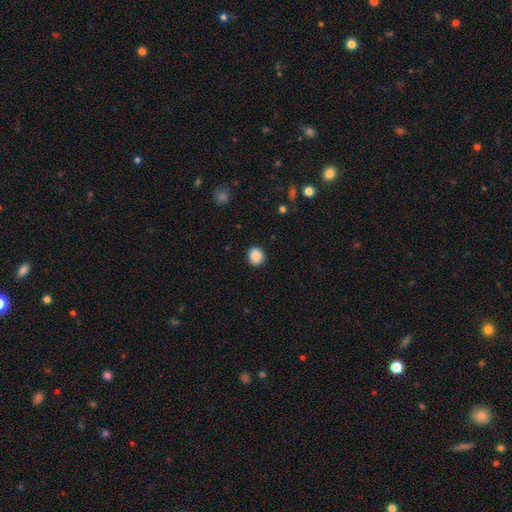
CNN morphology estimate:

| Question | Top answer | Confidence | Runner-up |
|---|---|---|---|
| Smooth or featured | smooth | 89% | star or artifact (9%) |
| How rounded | round | 84% | in between (15%) |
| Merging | none | 90% | minor disturbance (7%) |